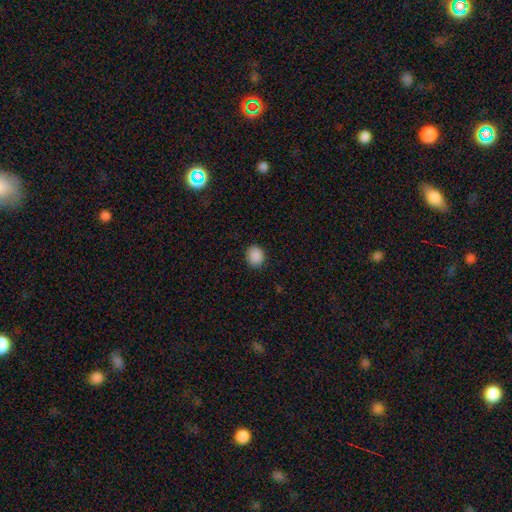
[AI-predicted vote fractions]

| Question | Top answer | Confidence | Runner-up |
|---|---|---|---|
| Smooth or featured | smooth | 89% | star or artifact (9%) |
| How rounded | round | 74% | in between (25%) |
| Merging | none | 90% | minor disturbance (7%) |